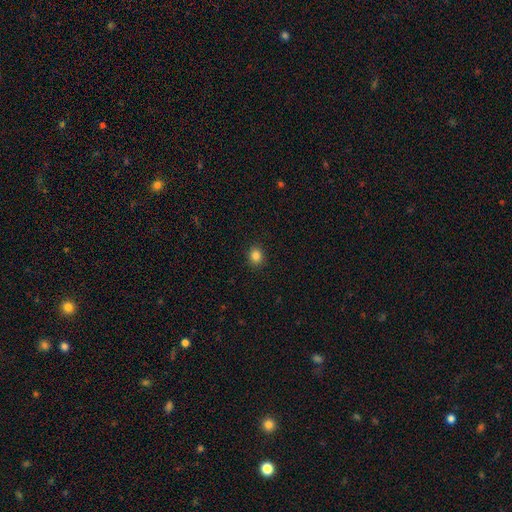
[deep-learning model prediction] Smooth or featured: smooth — 85% (star or artifact — 11%)
How rounded: round — 70% (in between — 29%)
Merging: none — 91% (minor disturbance — 6%)